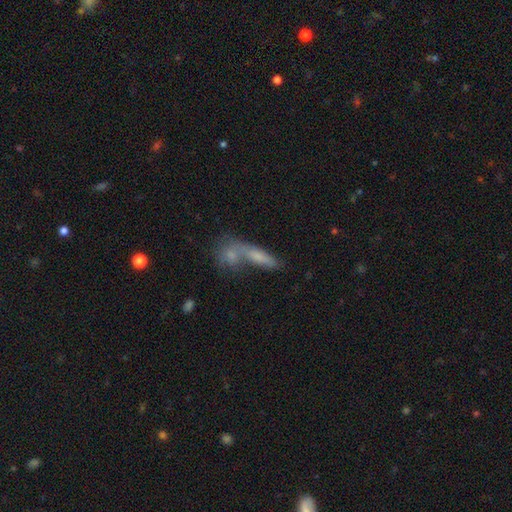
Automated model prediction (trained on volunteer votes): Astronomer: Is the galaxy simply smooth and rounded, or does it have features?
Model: smooth — 62%.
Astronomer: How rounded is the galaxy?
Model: cigar-shaped — 54% (runner-up: in between, 37%).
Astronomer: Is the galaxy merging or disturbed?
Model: merger — 50% (runner-up: none, 36%).